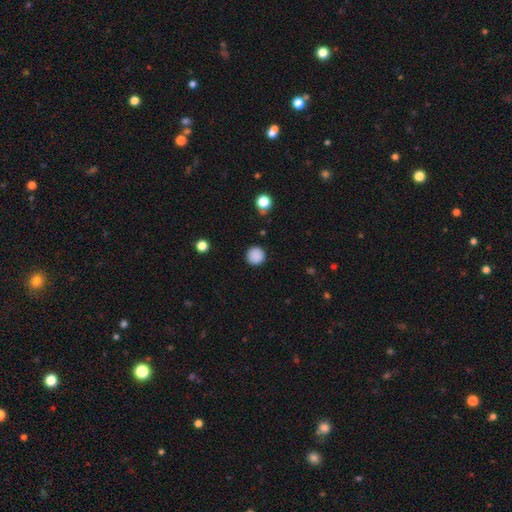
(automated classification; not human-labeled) A smooth galaxy with no disk features (87%) that is round (96%). Merging: none (90%).